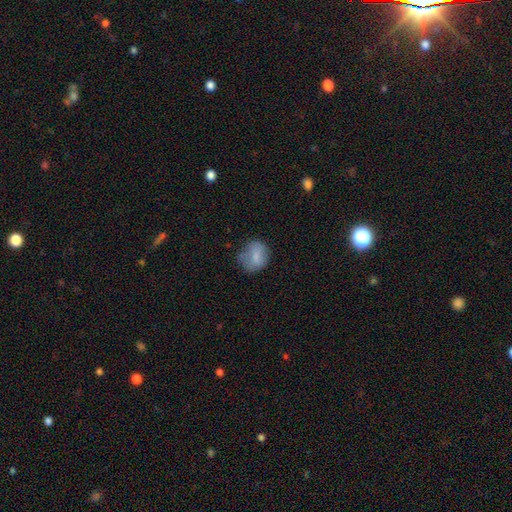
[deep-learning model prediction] Smooth or featured? Predicted: smooth (p=0.76). How rounded? Predicted: round (p=0.60). Merging? Predicted: none (p=0.54).